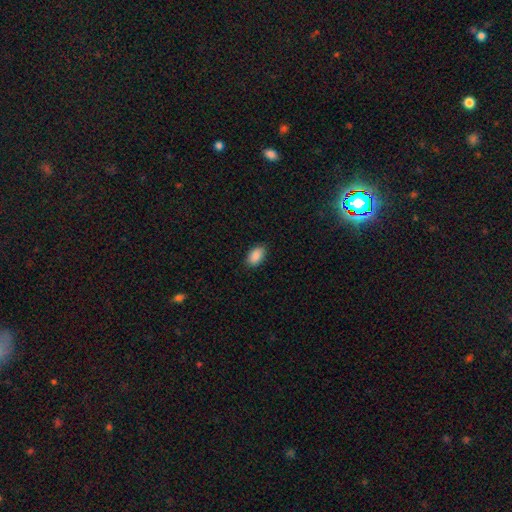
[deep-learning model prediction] Smooth or featured? smooth (90%)
How rounded? in between (93%)
Merging? none (87%)